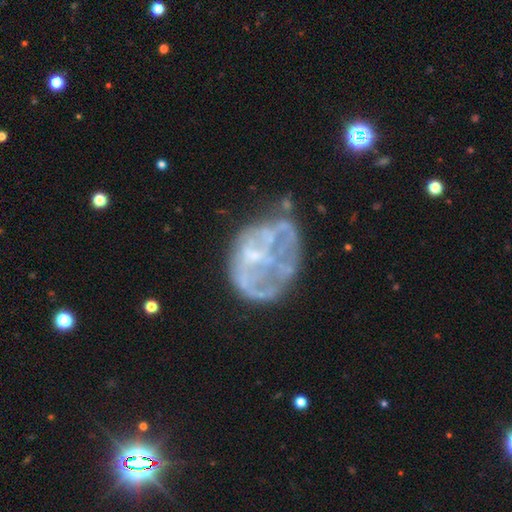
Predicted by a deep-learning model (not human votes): Smooth or featured?
  - featured or disk: 69% *
  - smooth: 20%
  - star or artifact: 11%
Edge-on disk?
  - no: 98% *
  - yes: 2%
Bar?
  - no: 77% *
  - weak: 19%
  - strong: 5%
Spiral arms?
  - no: 73% *
  - yes: 27%
Bulge size?
  - none: 46% *
  - small: 36%
  - moderate: 15%
  - large: 2%
  - dominant: 1%
Merging?
  - none: 38% *
  - major disturbance: 31%
  - minor disturbance: 24%
  - merger: 7%